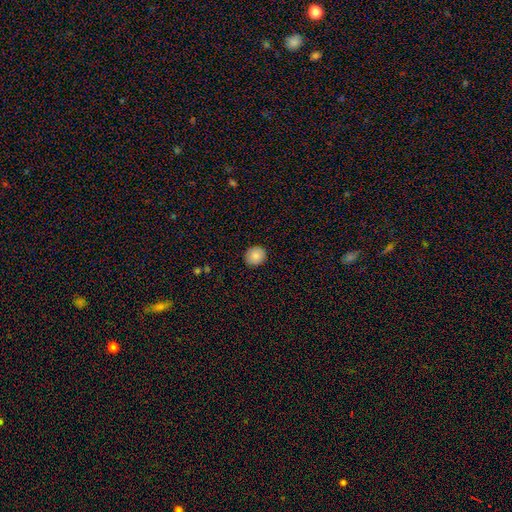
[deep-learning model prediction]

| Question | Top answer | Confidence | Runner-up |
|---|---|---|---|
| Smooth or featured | smooth | 86% | star or artifact (8%) |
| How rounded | round | 87% | in between (12%) |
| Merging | none | 91% | minor disturbance (6%) |